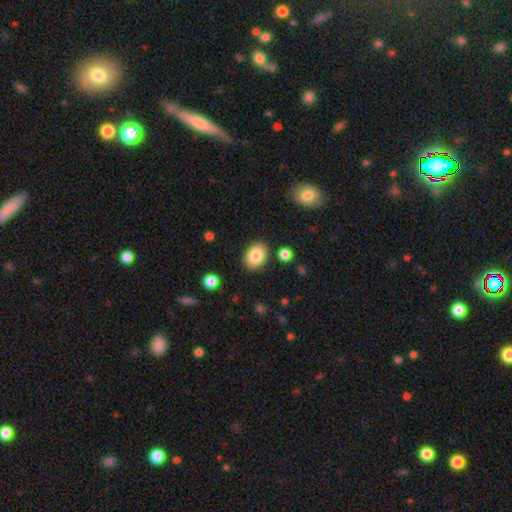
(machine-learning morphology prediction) Smooth or featured? smooth (84%)
How rounded? in between (71%)
Merging? none (86%)